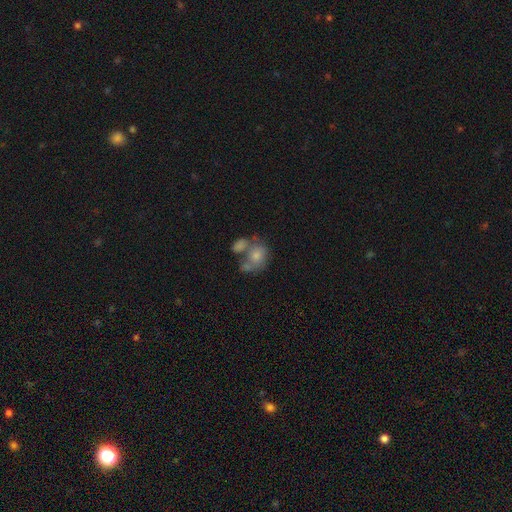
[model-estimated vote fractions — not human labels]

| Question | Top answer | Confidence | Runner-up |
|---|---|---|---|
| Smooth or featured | smooth | 69% | featured or disk (22%) |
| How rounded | in between | 52% | round (47%) |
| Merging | merger | 49% | none (26%) |